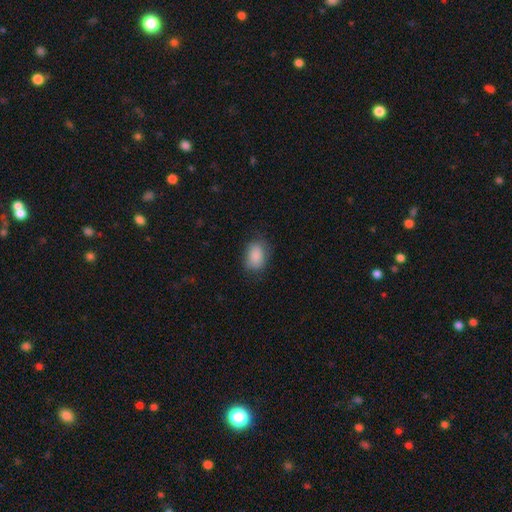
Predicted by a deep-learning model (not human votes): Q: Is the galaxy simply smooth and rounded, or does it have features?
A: smooth — 87%.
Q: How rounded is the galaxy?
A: in between — 77%.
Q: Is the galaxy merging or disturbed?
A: none — 74%.